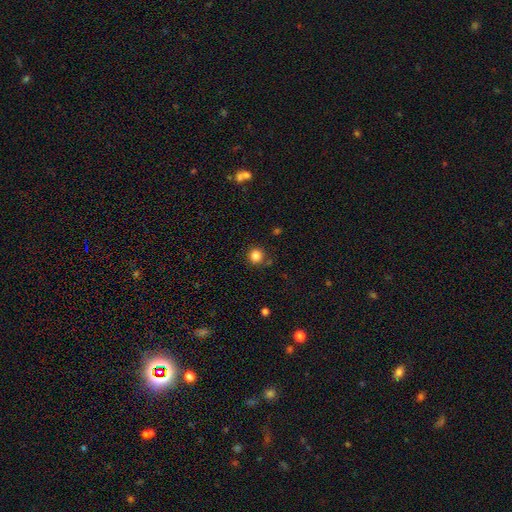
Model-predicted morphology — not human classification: This is clearly a smooth galaxy (84%). How rounded: clearly round (93%). Merging: clearly none (85%).